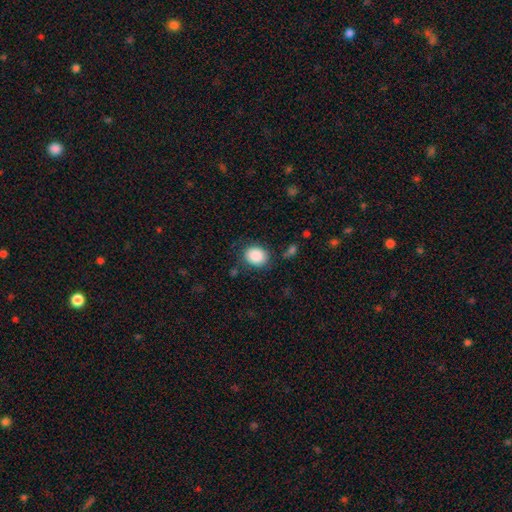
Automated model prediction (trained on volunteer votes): This appears to be a smooth galaxy with no disk features (88%) that is round (61%). Merging: none (80%).